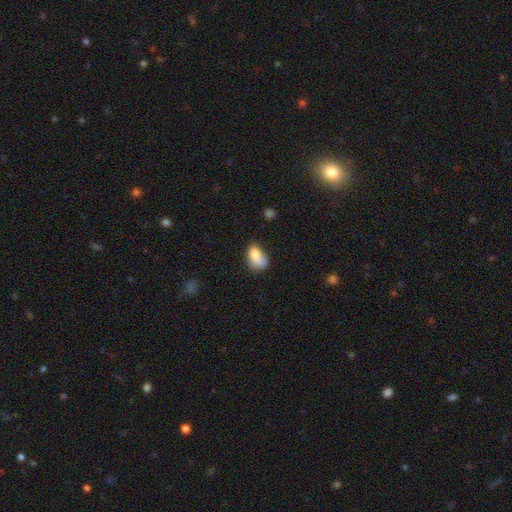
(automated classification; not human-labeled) Smooth or featured? Predicted: smooth (p=0.78). How rounded? Predicted: in between (p=0.87). Merging? Predicted: none (p=0.39).